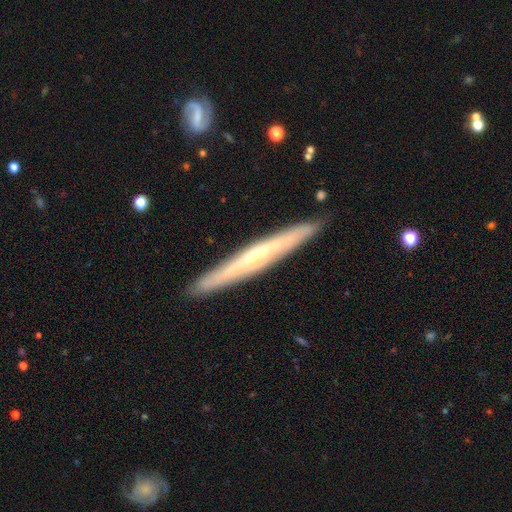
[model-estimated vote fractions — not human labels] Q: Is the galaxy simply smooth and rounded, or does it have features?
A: featured or disk — 67%.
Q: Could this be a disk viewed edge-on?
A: yes — 93%.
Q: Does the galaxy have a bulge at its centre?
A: rounded — 52%.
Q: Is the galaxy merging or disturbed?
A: none — 90%.